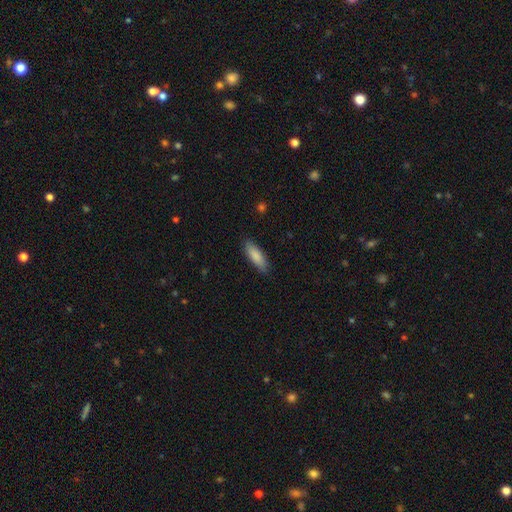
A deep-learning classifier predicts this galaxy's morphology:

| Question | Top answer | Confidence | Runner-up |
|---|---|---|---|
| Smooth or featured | smooth | 86% | featured or disk (9%) |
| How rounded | in between | 51% | cigar-shaped (48%) |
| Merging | none | 86% | minor disturbance (11%) |